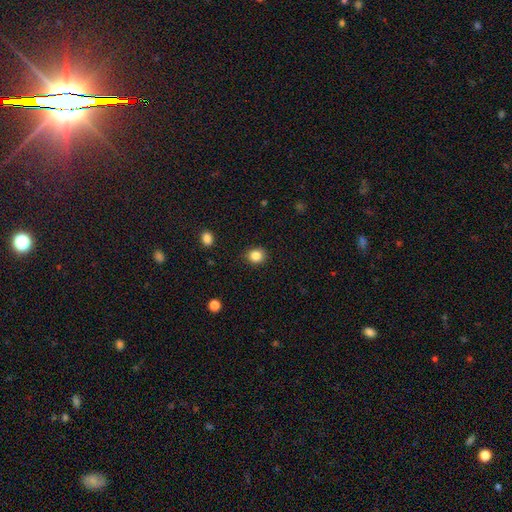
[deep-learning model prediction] smooth 84%, star or artifact 11%, featured or disk 5%. Down the decision tree: how rounded — round (83%); merging — none (88%).